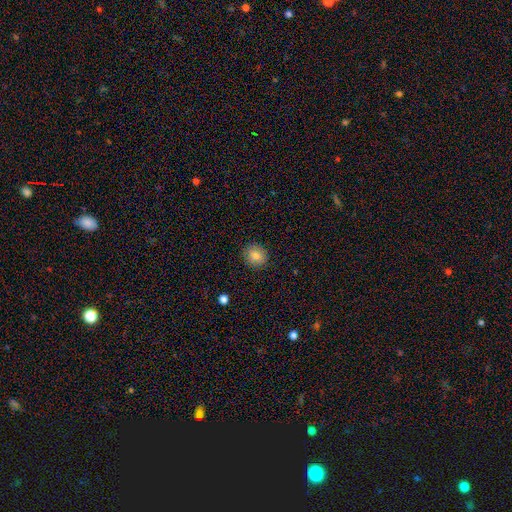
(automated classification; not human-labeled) Overall: smooth (81%). How rounded: round (80%). Merging: none (89%).